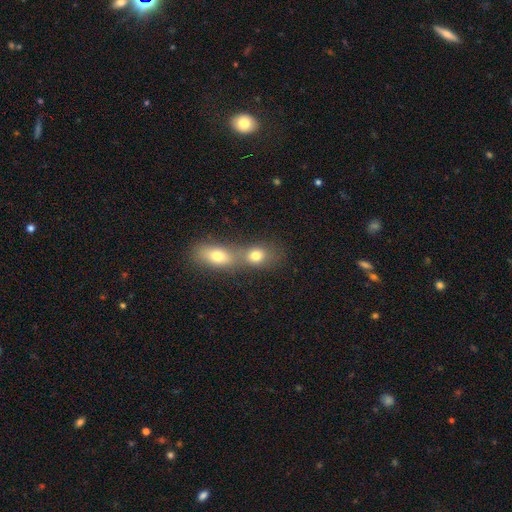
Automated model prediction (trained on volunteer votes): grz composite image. It shows a smooth galaxy with no disk features (75%) that is in between round and cigar-shaped (52%). Merging: merger (64%).